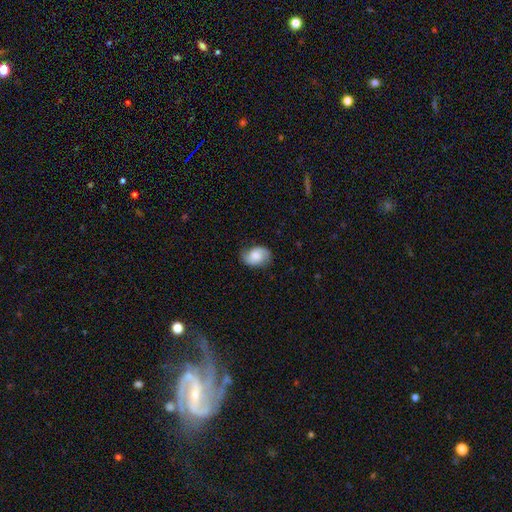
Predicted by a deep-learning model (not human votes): Smooth or featured?
  - smooth: 57% *
  - featured or disk: 35%
  - star or artifact: 8%
How rounded?
  - in between: 78% *
  - round: 21%
  - cigar-shaped: 1%
Merging?
  - none: 75% *
  - minor disturbance: 19%
  - major disturbance: 5%
  - merger: 1%